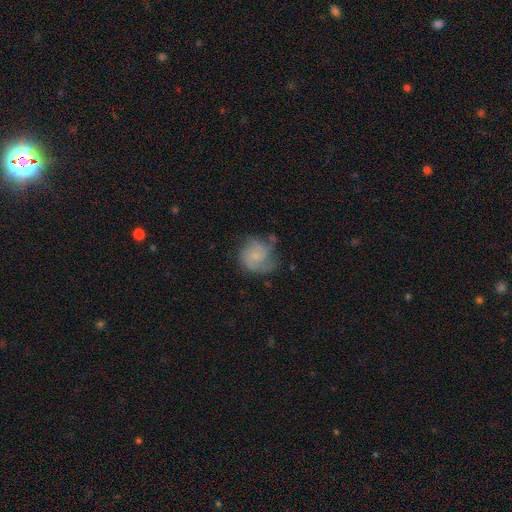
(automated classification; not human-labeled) The model was most divided on "smooth or featured": featured or disk: 50%, smooth: 43%, star or artifact: 8%. Remaining: merging — none (50%).